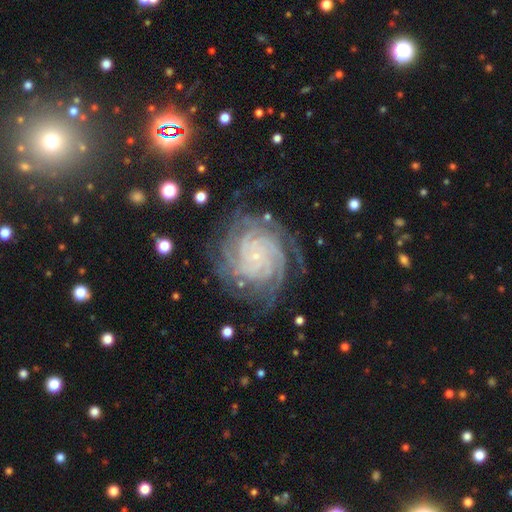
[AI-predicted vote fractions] This appears to be a featured or disk galaxy (89%) with no bar (78%), 4 (28%, tied with more than 4) tight (82%) spiral arms (98%) and a small central bulge (87%). Merging: none (74%).